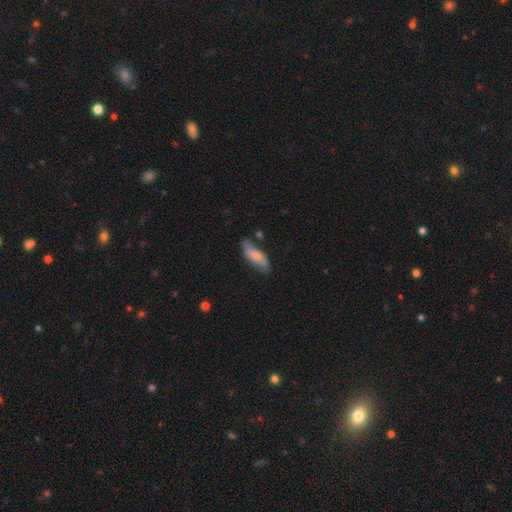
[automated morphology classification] A smooth galaxy with no disk features (62%) that is in between round and cigar-shaped (57%).

Vote fractions:
- Smooth or featured? smooth: 62% / featured or disk: 32% / star or artifact: 6%
- How rounded? in between: 57% / cigar-shaped: 41% / round: 3%
- Merging? none: 66% / minor disturbance: 24% / major disturbance: 6% / merger: 4%